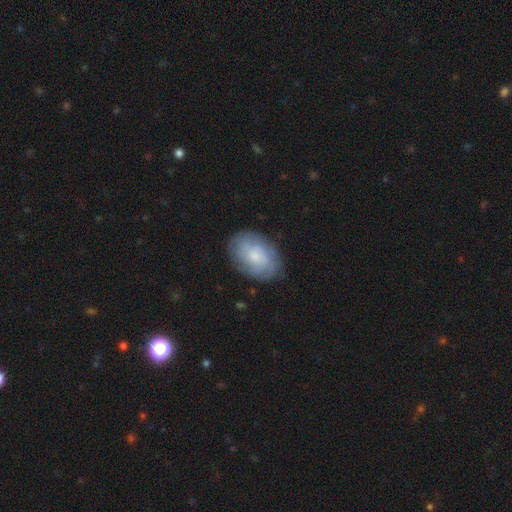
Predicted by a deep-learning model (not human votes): A featured or disk galaxy (50%).

Vote fractions:
- Smooth or featured? featured or disk: 50% / smooth: 43% / star or artifact: 7%
- Edge-on disk? no: 96% / yes: 4%
- Merging? none: 80% / minor disturbance: 15% / major disturbance: 5% / merger: 1%